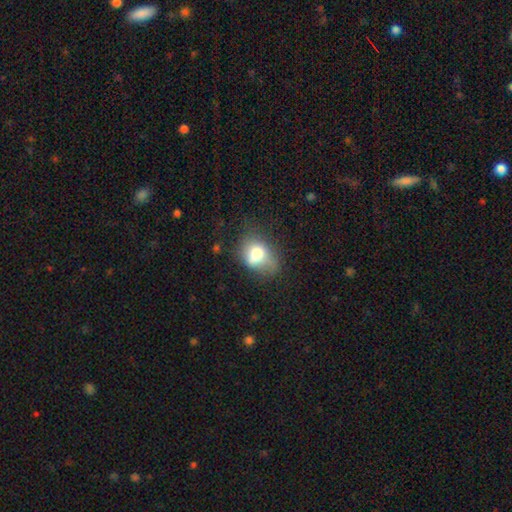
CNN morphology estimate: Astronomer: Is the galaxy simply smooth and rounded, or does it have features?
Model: smooth — 73%.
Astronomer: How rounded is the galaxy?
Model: in between — 63%.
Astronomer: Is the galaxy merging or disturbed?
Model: none — 42% (runner-up: minor disturbance, 33%).